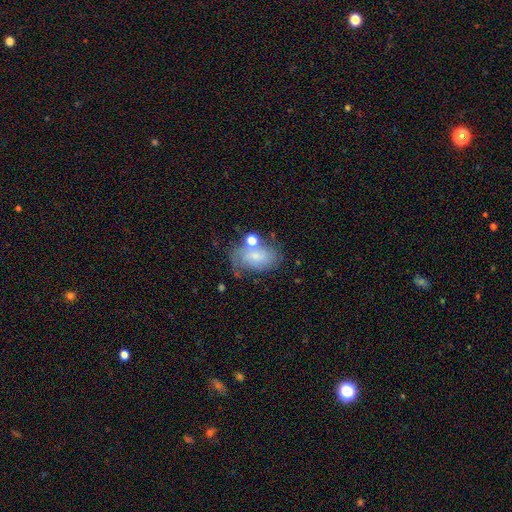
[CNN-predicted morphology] A smooth galaxy with no disk features (57%) that is in between round and cigar-shaped (81%).

Vote fractions:
- Smooth or featured? smooth: 57% / featured or disk: 32% / star or artifact: 12%
- How rounded? in between: 81% / round: 17% / cigar-shaped: 2%
- Merging? none: 44% / minor disturbance: 25% / merger: 17% / major disturbance: 15%